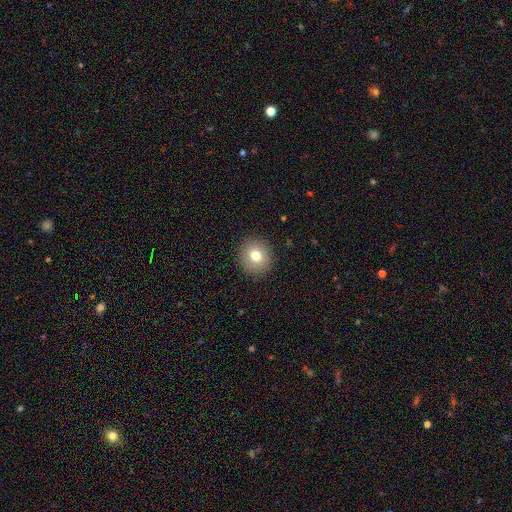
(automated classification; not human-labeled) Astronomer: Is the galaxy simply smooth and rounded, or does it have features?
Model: smooth — 76%.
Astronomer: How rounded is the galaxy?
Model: round — 87%.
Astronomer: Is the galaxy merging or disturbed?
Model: none — 90%.